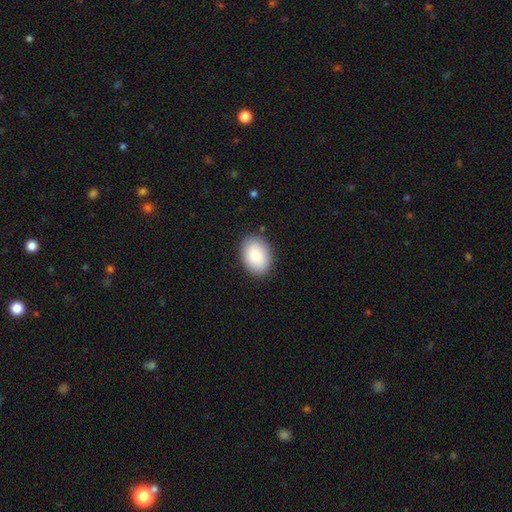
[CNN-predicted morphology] type=smooth (84%); roundness=in between (78%); merging=none (87%).